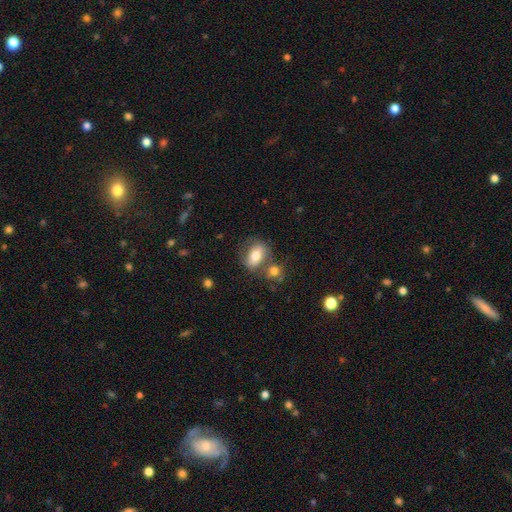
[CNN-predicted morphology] Overall: smooth (68%). How rounded: in between (81%). Merging: none (51%; merger 28%).